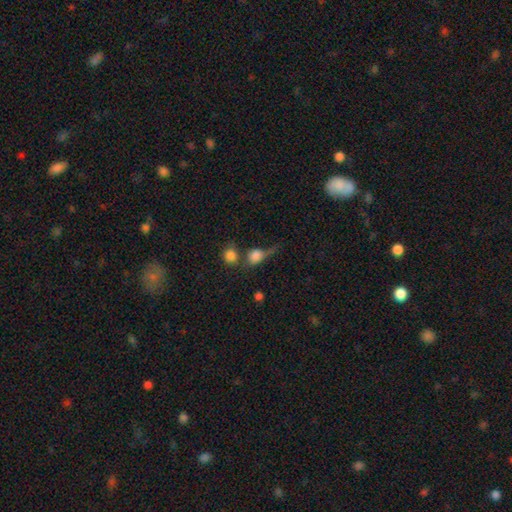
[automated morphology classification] smooth-or-featured: smooth: 77% | featured or disk: 12% | star or artifact: 12%
  how-rounded: round: 57% | in between: 40% | cigar-shaped: 4%
  merging: merger: 32% | none: 30% | major disturbance: 20% | minor disturbance: 18%